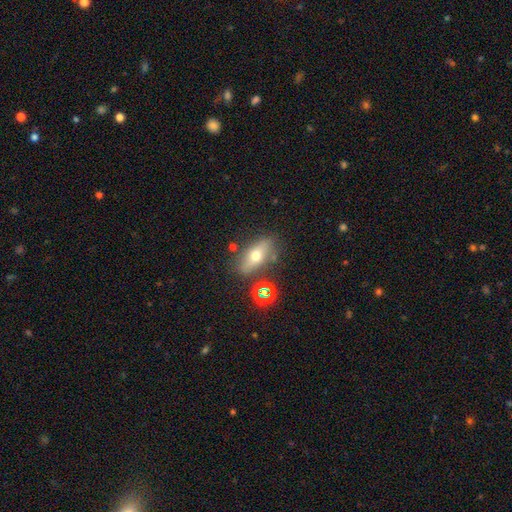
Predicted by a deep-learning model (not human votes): Smooth or featured?
  - smooth: 52% *
  - featured or disk: 36%
  - star or artifact: 12%
How rounded?
  - in between: 66% *
  - cigar-shaped: 27%
  - round: 7%
Merging?
  - none: 77% *
  - minor disturbance: 13%
  - merger: 5%
  - major disturbance: 4%